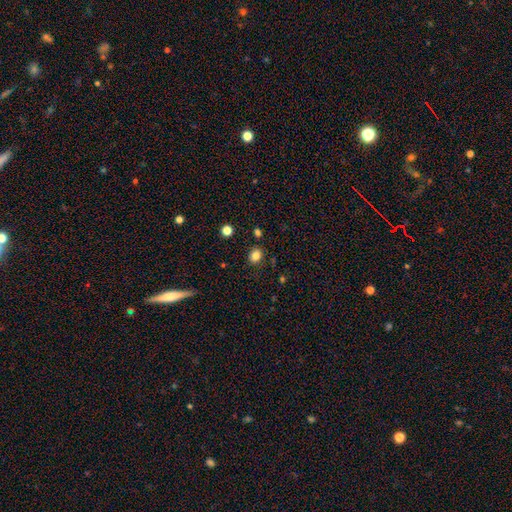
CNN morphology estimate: Q: Smooth or featured?
A: smooth (83%); runner-up: star or artifact (12%)
Q: How rounded?
A: round (52%); runner-up: in between (47%)
Q: Merging?
A: none (84%); runner-up: minor disturbance (10%)